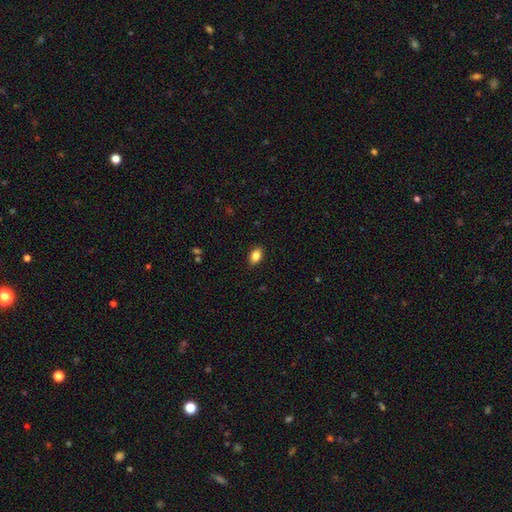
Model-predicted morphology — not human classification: smooth 85%, star or artifact 9%, featured or disk 6%. Down the decision tree: how rounded — in between (88%); merging — none (89%).